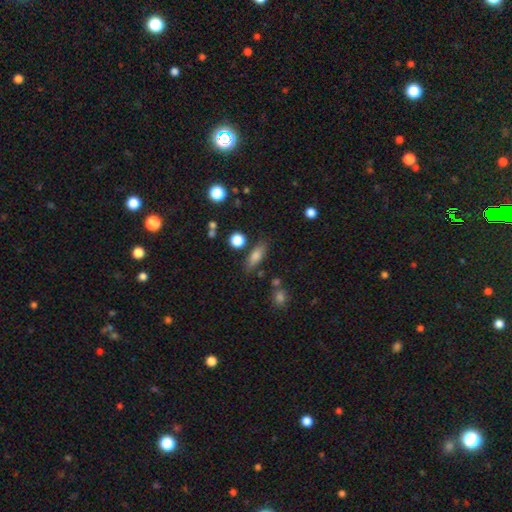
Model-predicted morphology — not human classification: This appears to be a smooth galaxy with no disk features (76%) that is in between round and cigar-shaped (64%). Merging: none (78%).